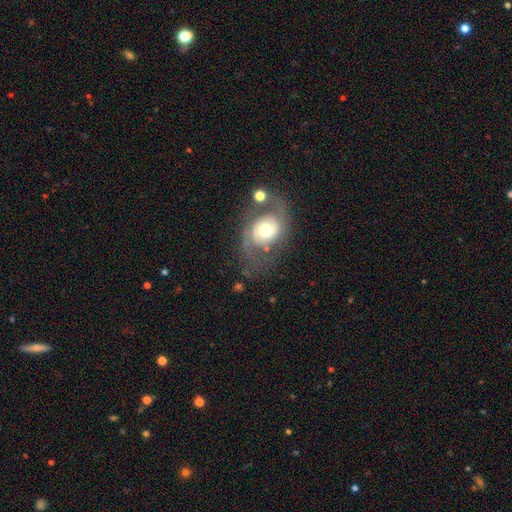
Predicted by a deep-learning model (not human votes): This appears to be a featured or disk galaxy (71%) with no bar (71%), 2 (84%) medium (46%) spiral arms (74%) and a moderate central bulge (62%). Merging: none (58%).